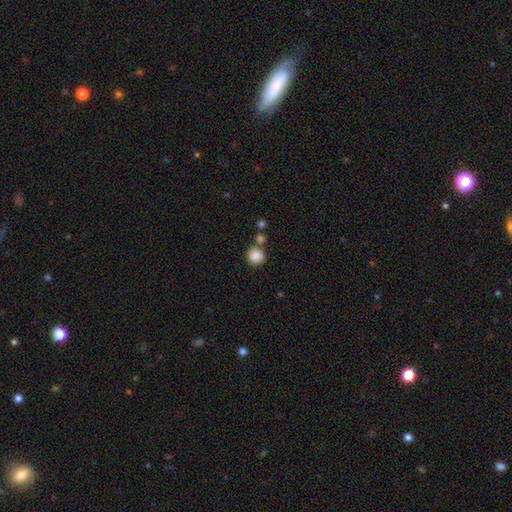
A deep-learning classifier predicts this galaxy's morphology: Smooth or featured?
  - smooth: 87% *
  - star or artifact: 9%
  - featured or disk: 4%
How rounded?
  - round: 88% *
  - in between: 11%
  - cigar-shaped: 1%
Merging?
  - none: 69% *
  - merger: 16%
  - minor disturbance: 11%
  - major disturbance: 4%